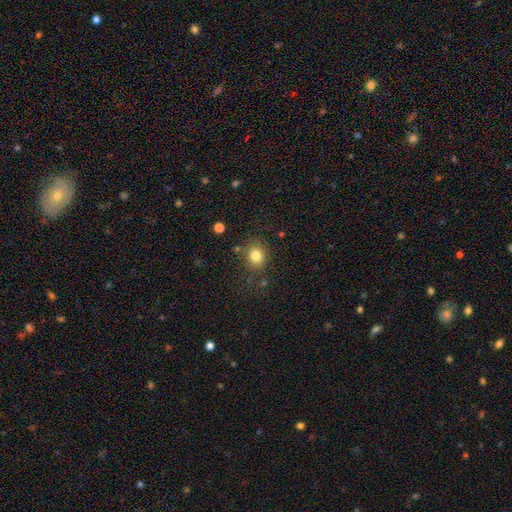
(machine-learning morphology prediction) smooth 81%, star or artifact 12%, featured or disk 7%. Down the decision tree: how rounded — round (71%); merging — none (78%).